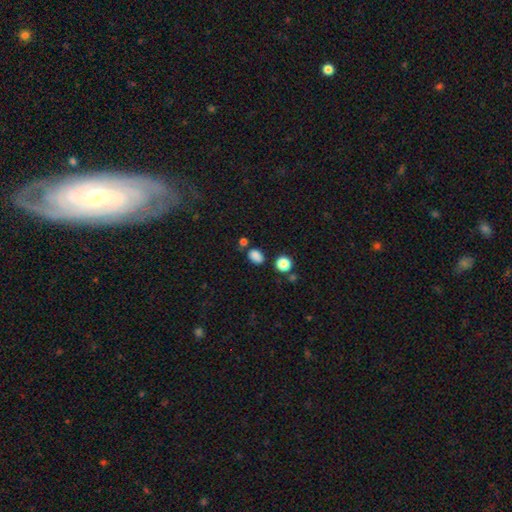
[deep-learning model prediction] A smooth galaxy with no disk features (83%) that is in between round and cigar-shaped (75%).

Vote fractions:
- Smooth or featured? smooth: 83% / star or artifact: 13% / featured or disk: 4%
- How rounded? in between: 75% / round: 24% / cigar-shaped: 1%
- Merging? none: 70% / minor disturbance: 16% / merger: 9% / major disturbance: 4%